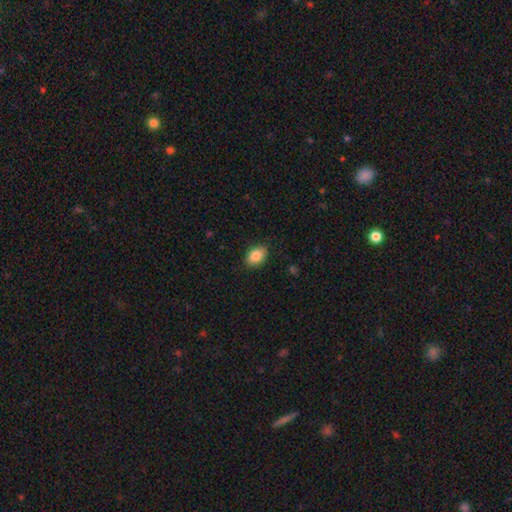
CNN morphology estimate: smooth-or-featured: smooth: 86% | star or artifact: 8% | featured or disk: 7%
  how-rounded: in between: 82% | round: 17% | cigar-shaped: 1%
  merging: none: 86% | minor disturbance: 10% | major disturbance: 2% | merger: 1%